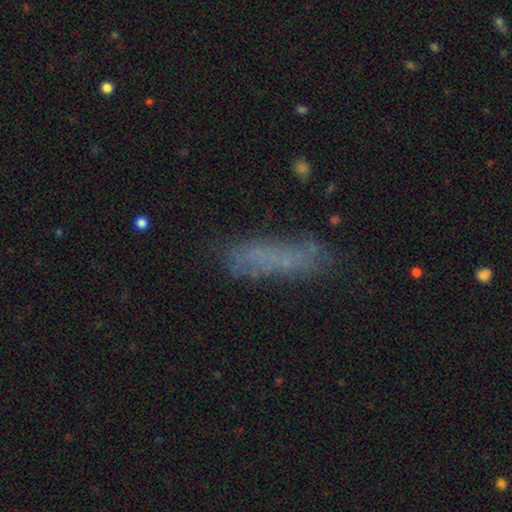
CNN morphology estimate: smooth_or_featured: smooth (p=0.54) [alt: featured or disk p=0.31]
how_rounded: cigar-shaped (p=0.60) [alt: in between p=0.36]
merging: none (p=0.53) [alt: minor disturbance p=0.24]